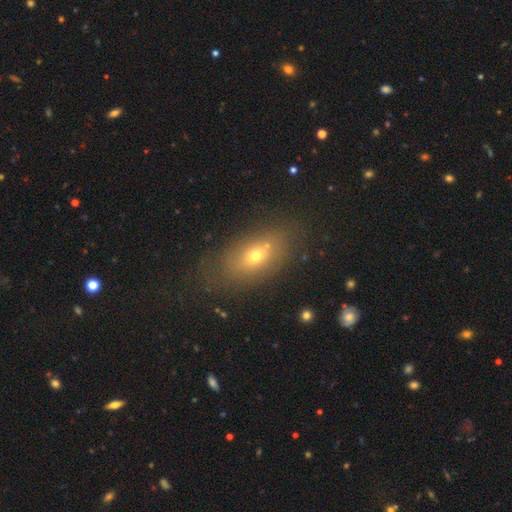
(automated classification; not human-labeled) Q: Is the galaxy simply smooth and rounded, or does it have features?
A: smooth — 63%.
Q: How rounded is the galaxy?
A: in between — 81%.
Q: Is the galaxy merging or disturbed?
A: none — 71%.